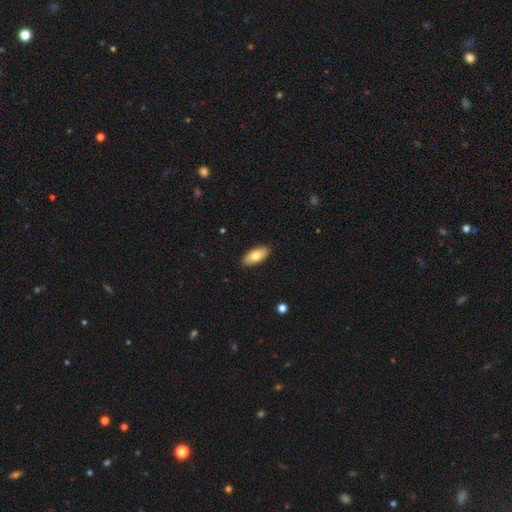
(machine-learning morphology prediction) Smooth or featured: smooth — 76% (featured or disk — 18%)
How rounded: in between — 88% (cigar-shaped — 9%)
Merging: none — 90% (minor disturbance — 8%)